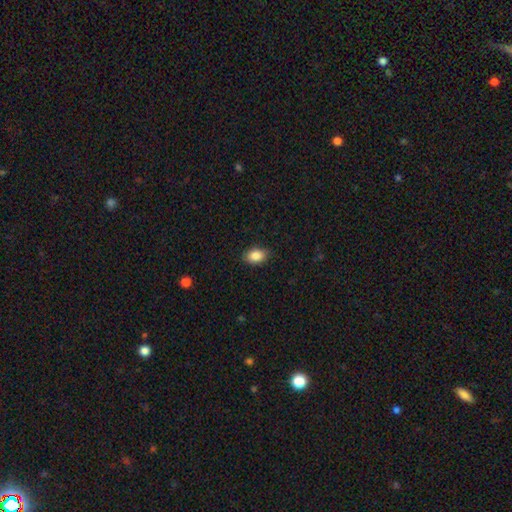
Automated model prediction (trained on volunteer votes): Smooth or featured? Predicted: smooth (p=0.87). How rounded? Predicted: in between (p=0.84). Merging? Predicted: none (p=0.86).